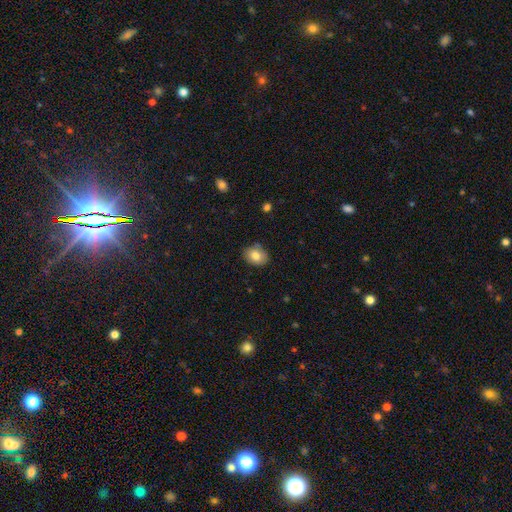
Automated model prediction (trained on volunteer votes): smooth-or-featured: smooth: 81% | featured or disk: 11% | star or artifact: 8%
  how-rounded: in between: 64% | round: 36% | cigar-shaped: 1%
  merging: none: 81% | minor disturbance: 14% | major disturbance: 2% | merger: 2%